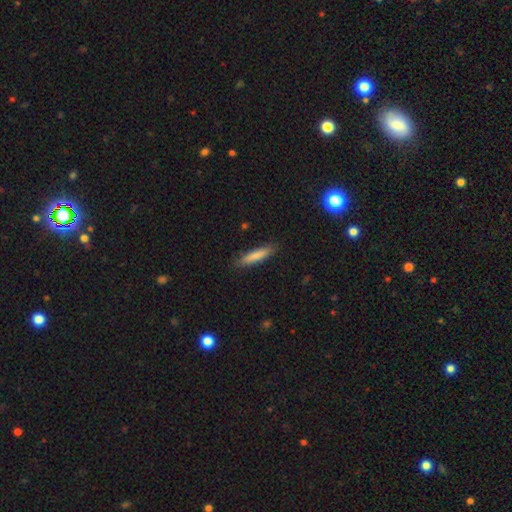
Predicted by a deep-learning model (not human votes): smooth 82%, featured or disk 12%, star or artifact 6%. Down the decision tree: how rounded — cigar-shaped (83%); merging — none (87%).